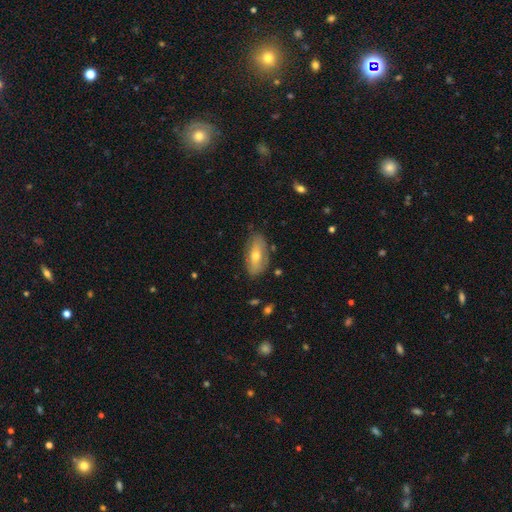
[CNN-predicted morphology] smooth-or-featured: smooth: 59% | featured or disk: 34% | star or artifact: 7%
  how-rounded: in between: 86% | cigar-shaped: 10% | round: 4%
  merging: none: 77% | minor disturbance: 17% | major disturbance: 4% | merger: 2%